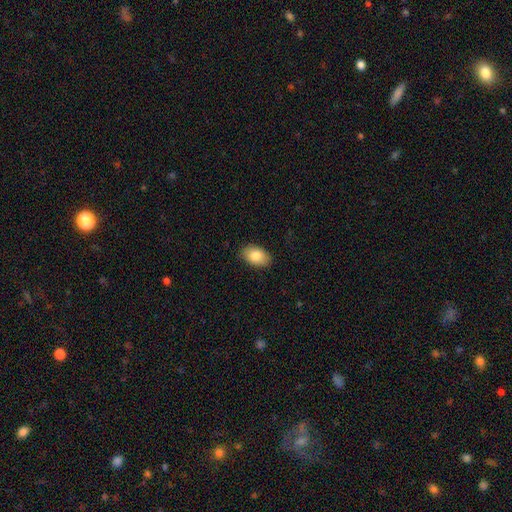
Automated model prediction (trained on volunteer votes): The model was most divided on "smooth or featured": smooth: 84%, featured or disk: 9%, star or artifact: 7%. More confident: how rounded — in between (91%); merging — none (88%).